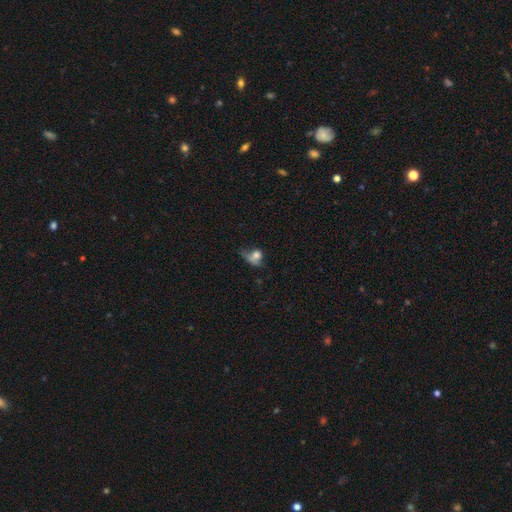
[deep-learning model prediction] Smooth or featured? Predicted: smooth (p=0.66). How rounded? Predicted: round (p=0.49). Merging? Predicted: major disturbance (p=0.45).